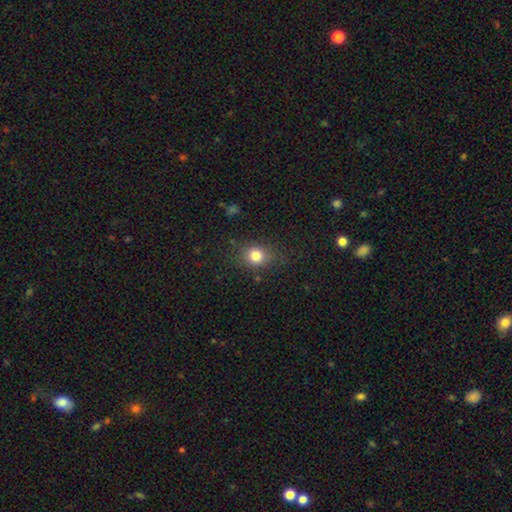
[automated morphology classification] The model was most divided on "how rounded": round: 67%, in between: 32%, cigar-shaped: 1%. More confident: merging — none (81%); smooth or featured — smooth (80%).